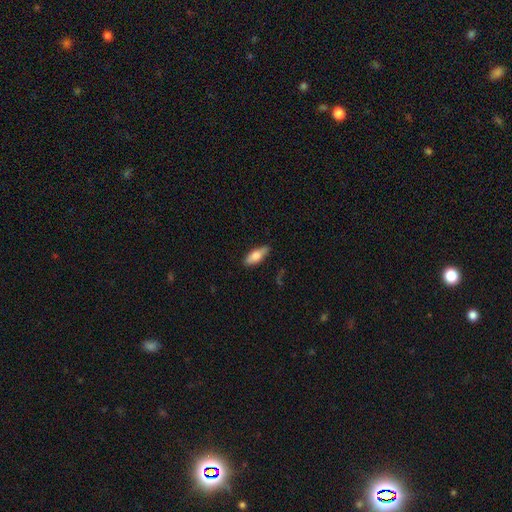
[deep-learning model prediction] Smooth or featured? Predicted: smooth (p=0.73). How rounded? Predicted: in between (p=0.69). Merging? Predicted: none (p=0.81).